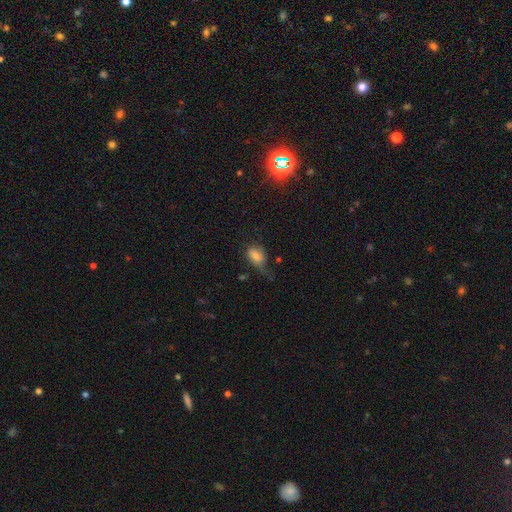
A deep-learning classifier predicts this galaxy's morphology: Smooth or featured? Predicted: smooth (p=0.70). How rounded? Predicted: in between (p=0.87). Merging? Predicted: none (p=0.32, tied with major disturbance).